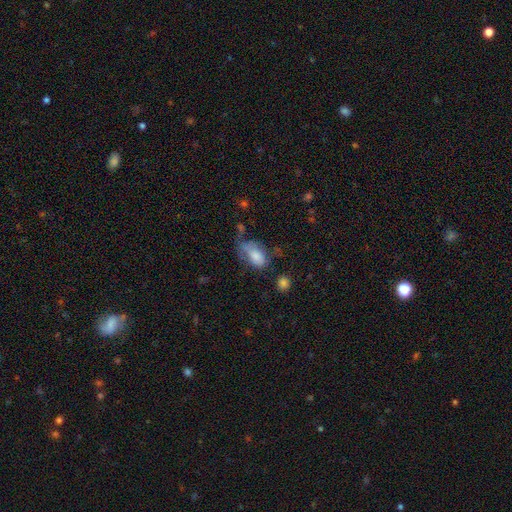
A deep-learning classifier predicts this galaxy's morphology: smooth-or-featured: smooth: 77% | featured or disk: 15% | star or artifact: 8%
  how-rounded: in between: 90% | round: 7% | cigar-shaped: 3%
  merging: none: 34% | minor disturbance: 32% | major disturbance: 26% | merger: 8%